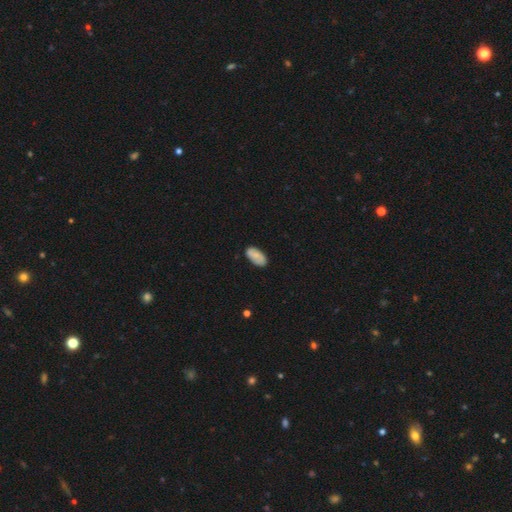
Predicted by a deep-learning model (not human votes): smooth 74%, featured or disk 19%, star or artifact 7%. Down the decision tree: how rounded — in between (95%); merging — none (80%).